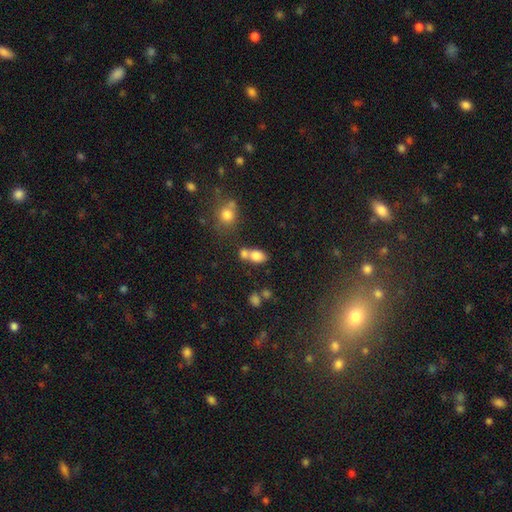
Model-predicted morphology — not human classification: Smooth or featured? smooth (78%)
How rounded? in between (77%)
Merging? merger (44%)